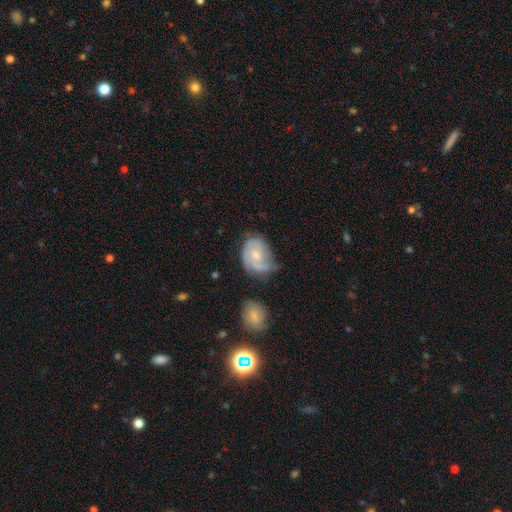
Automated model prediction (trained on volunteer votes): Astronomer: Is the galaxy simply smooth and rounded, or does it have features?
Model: featured or disk — 68%.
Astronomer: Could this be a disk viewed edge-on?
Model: no — 97%.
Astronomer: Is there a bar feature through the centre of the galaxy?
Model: no — 63%.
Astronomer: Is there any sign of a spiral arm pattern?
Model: yes — 88%.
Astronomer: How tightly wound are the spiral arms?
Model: tight — 44% (runner-up: medium, 41%).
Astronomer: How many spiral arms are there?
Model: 2 — 47% (runner-up: can't tell, 22%).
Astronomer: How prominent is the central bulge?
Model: moderate — 49% (runner-up: small, 45%).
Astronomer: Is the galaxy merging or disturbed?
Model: none — 50% (runner-up: minor disturbance, 31%).